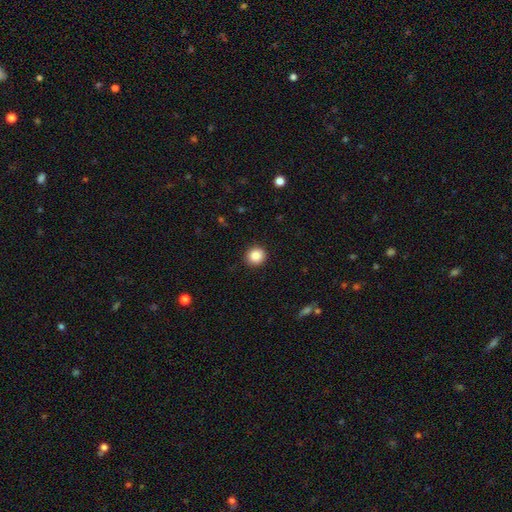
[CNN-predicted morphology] smooth 88%, star or artifact 9%, featured or disk 3%. Down the decision tree: how rounded — round (90%); merging — none (91%).